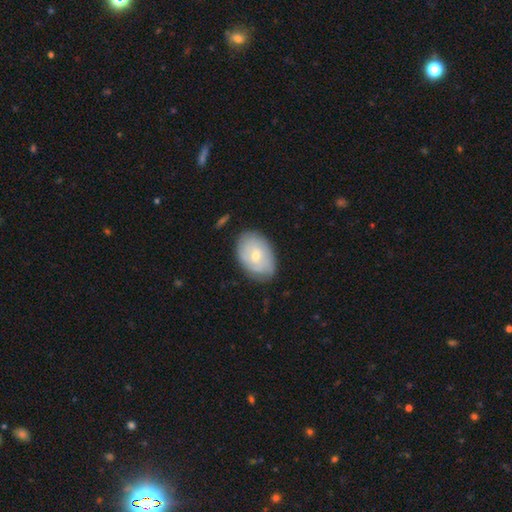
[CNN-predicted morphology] Smooth or featured? Predicted: smooth (p=0.47). Merging? Predicted: none (p=0.76).